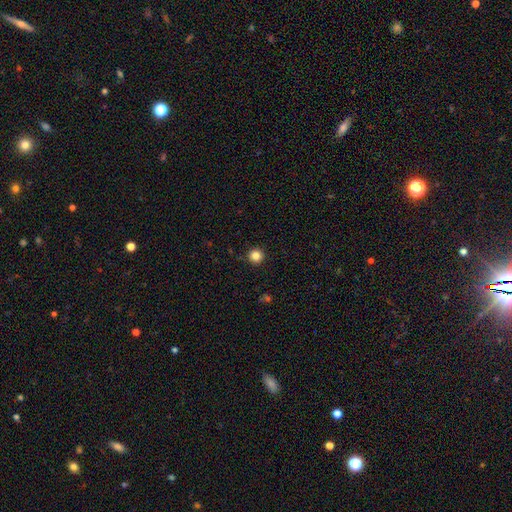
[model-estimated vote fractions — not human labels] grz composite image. It shows a smooth galaxy with no disk features (84%) that is round (96%). Merging: none (92%).